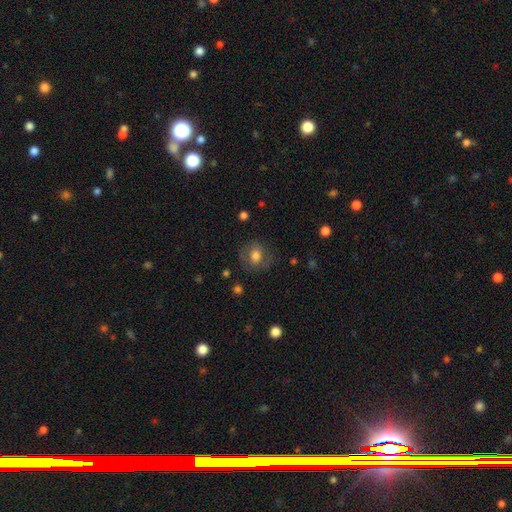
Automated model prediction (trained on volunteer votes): Smooth or featured?
  - smooth: 68% *
  - featured or disk: 23%
  - star or artifact: 9%
How rounded?
  - round: 68% *
  - in between: 31%
  - cigar-shaped: 1%
Merging?
  - none: 75% *
  - minor disturbance: 15%
  - major disturbance: 8%
  - merger: 1%